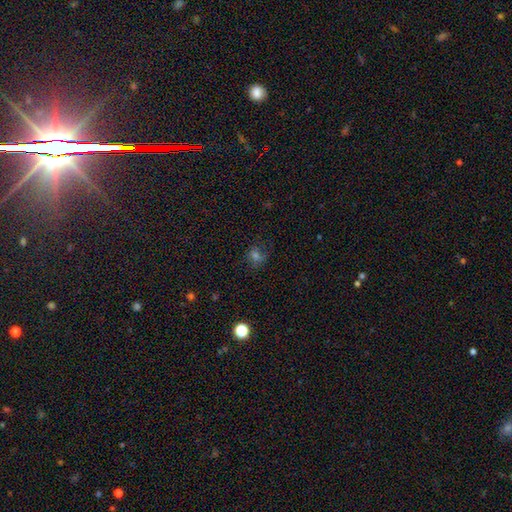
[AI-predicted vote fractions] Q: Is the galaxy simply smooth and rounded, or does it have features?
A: smooth — 49%.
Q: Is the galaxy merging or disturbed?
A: none — 64%.